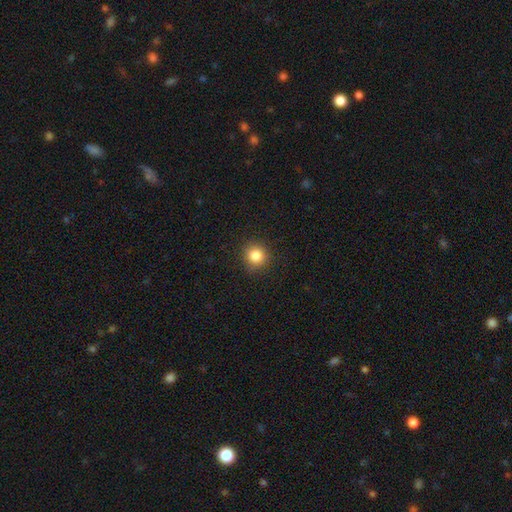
This appears to be a smooth galaxy with no disk features (90%) that is round (97%). Merging: none (92%).